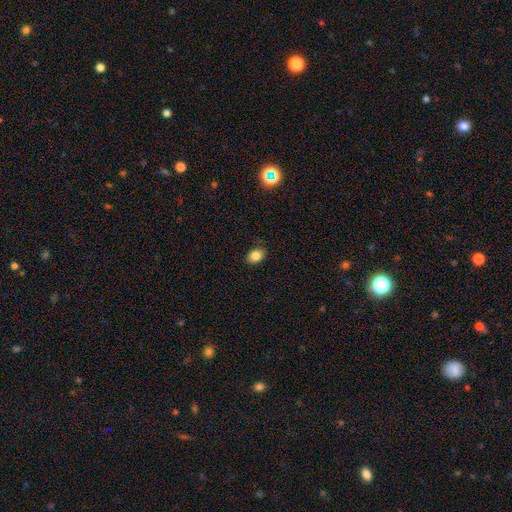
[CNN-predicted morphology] Overall: smooth (83%). How rounded: in between (69%; round 30%). Merging: none (84%).